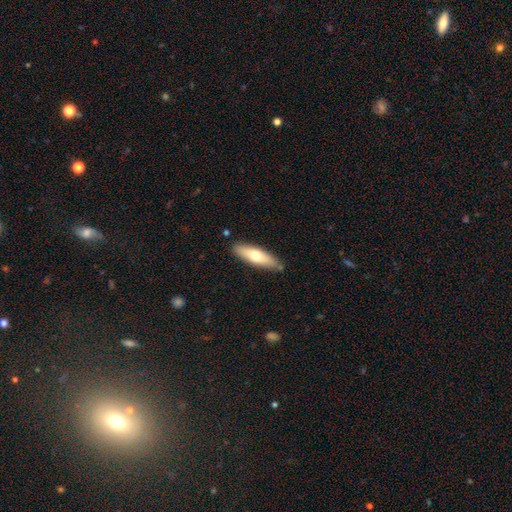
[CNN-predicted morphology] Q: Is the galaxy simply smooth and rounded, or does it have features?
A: smooth — 63%.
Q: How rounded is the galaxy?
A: cigar-shaped — 57%.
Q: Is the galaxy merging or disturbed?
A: none — 81%.